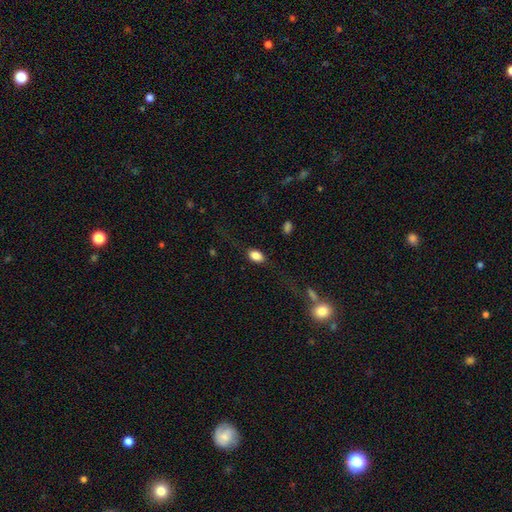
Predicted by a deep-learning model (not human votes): smooth_or_featured: smooth (p=0.80) [alt: featured or disk p=0.12]
how_rounded: in between (p=0.83) [alt: round p=0.14]
merging: none (p=0.73) [alt: minor disturbance p=0.13]